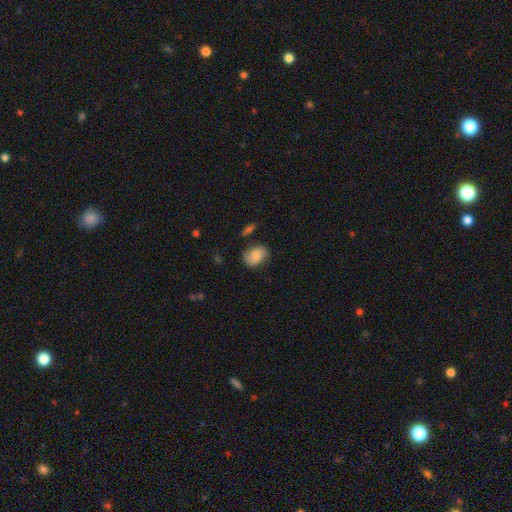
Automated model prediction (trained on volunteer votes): Morphology: type=smooth (75%); roundness=in between (70%); merging=none (66%).